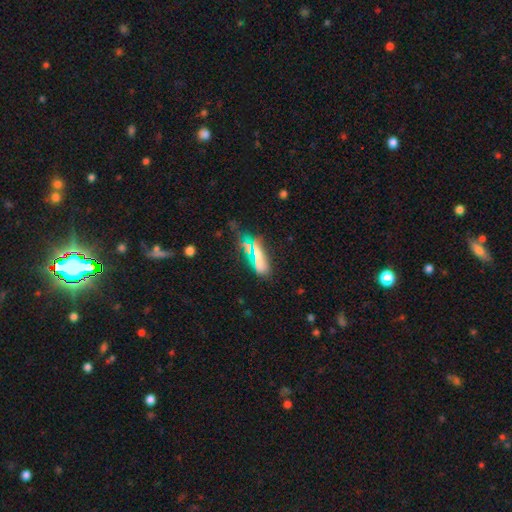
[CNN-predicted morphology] type=smooth (62%); roundness=in between (67%); merging=none (64%).